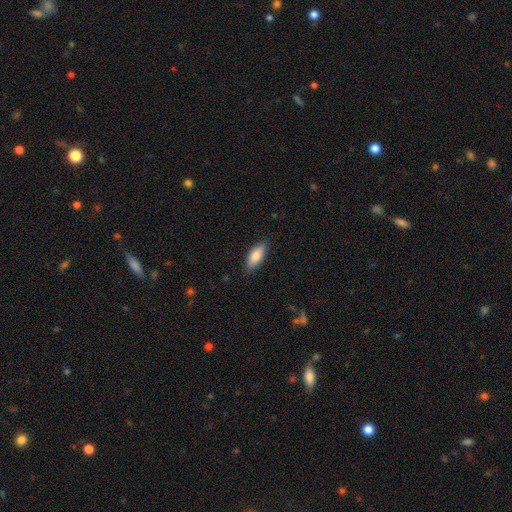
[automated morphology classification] Overall: smooth (80%). How rounded: in between (75%). Merging: none (84%).